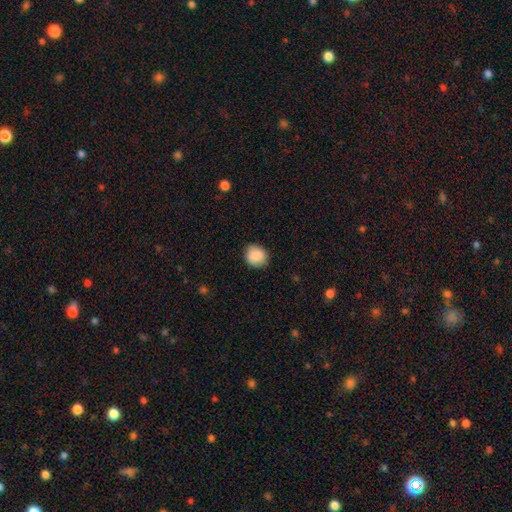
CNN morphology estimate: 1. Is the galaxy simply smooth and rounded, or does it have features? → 89% smooth, 8% star or artifact, 4% featured or disk.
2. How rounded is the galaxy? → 77% round, 22% in between, 1% cigar-shaped.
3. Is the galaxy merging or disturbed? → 85% none, 11% minor disturbance, 3% major disturbance, 1% merger.